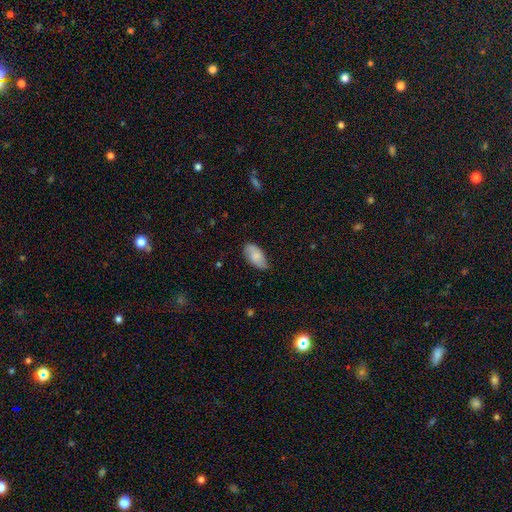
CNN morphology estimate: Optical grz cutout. It shows a smooth galaxy with no disk features (70%) that is in between round and cigar-shaped (94%). Merging: none (69%).